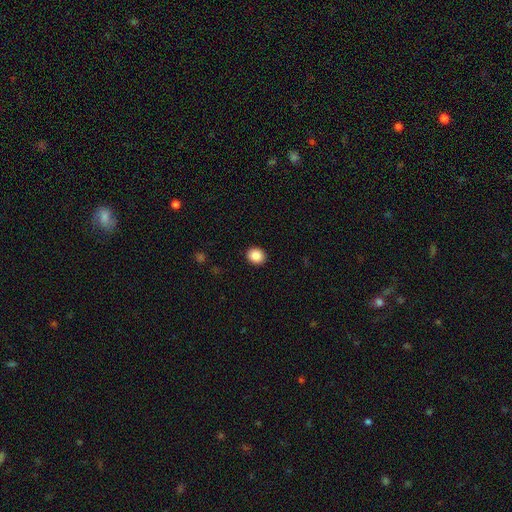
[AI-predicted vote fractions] smooth_or_featured: smooth (p=0.88) [alt: star or artifact p=0.09]
how_rounded: round (p=0.70) [alt: in between p=0.29]
merging: none (p=0.92) [alt: minor disturbance p=0.05]